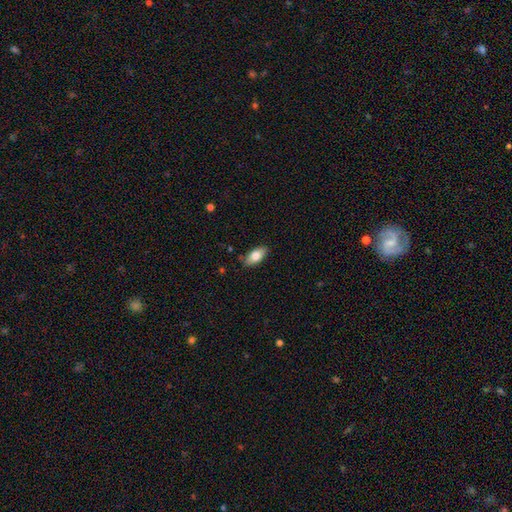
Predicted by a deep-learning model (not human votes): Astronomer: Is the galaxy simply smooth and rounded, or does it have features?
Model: smooth — 79%.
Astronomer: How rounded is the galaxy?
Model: in between — 90%.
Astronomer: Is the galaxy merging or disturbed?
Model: none — 83%.